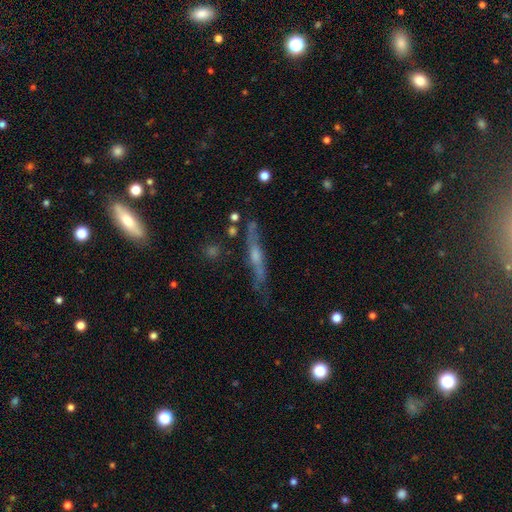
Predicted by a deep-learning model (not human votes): Smooth or featured: featured or disk — 69% (smooth — 20%)
Edge-on disk: yes — 83% (no — 17%)
Edge-on bulge: rounded — 68% (none — 22%)
Merging: none — 70% (minor disturbance — 19%)